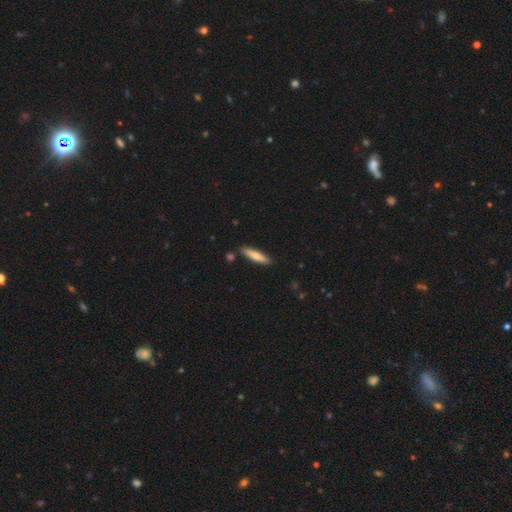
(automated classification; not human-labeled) Smooth or featured: smooth — 71% (featured or disk — 24%)
How rounded: cigar-shaped — 80% (in between — 18%)
Merging: none — 87% (minor disturbance — 9%)